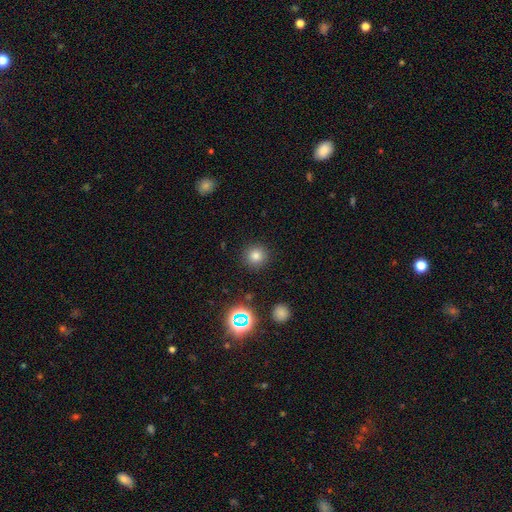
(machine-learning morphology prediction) Smooth or featured: smooth — 77% (star or artifact — 16%)
How rounded: round — 94% (in between — 5%)
Merging: none — 90% (minor disturbance — 6%)